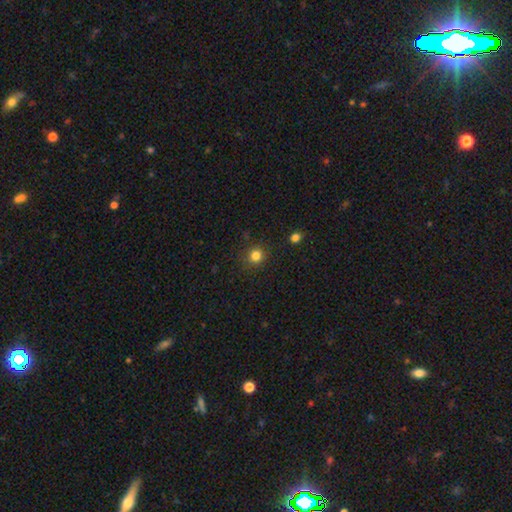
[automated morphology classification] smooth_or_featured: smooth (p=0.82) [alt: star or artifact p=0.13]
how_rounded: round (p=0.91) [alt: in between p=0.08]
merging: none (p=0.89) [alt: minor disturbance p=0.07]